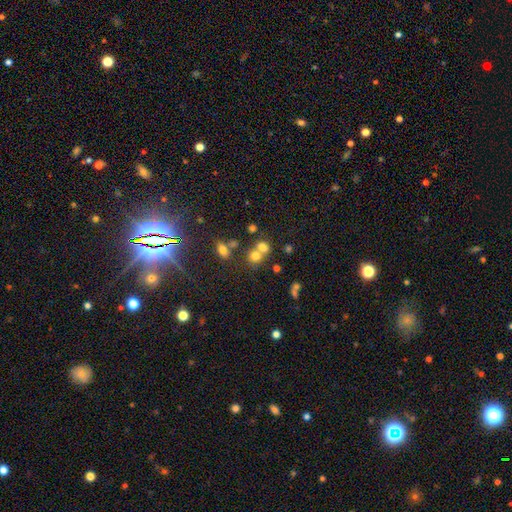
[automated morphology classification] Overall: smooth (68%). How rounded: round (73%). Merging: merger (48%; none 41%).